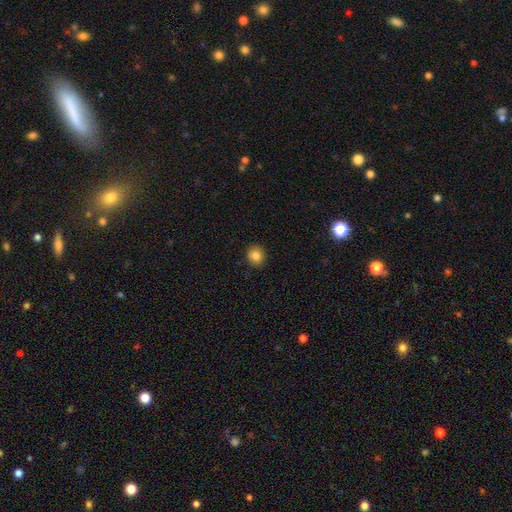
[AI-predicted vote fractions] This appears to be a smooth galaxy with no disk features (84%) that is round (87%). Merging: none (90%).